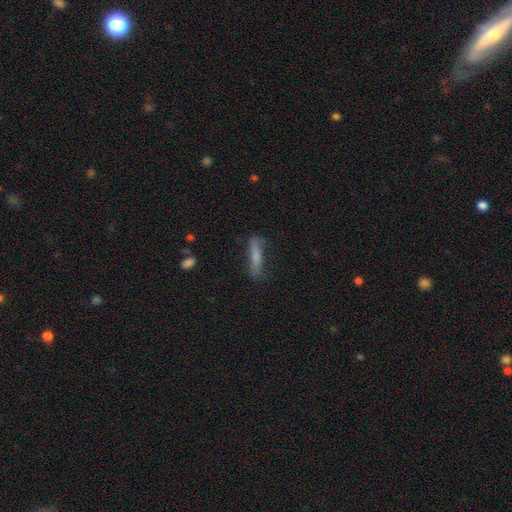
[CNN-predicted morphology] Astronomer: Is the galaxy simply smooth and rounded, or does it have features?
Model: smooth — 68%.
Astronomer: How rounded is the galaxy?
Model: cigar-shaped — 85%.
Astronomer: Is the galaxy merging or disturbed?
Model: none — 68%.